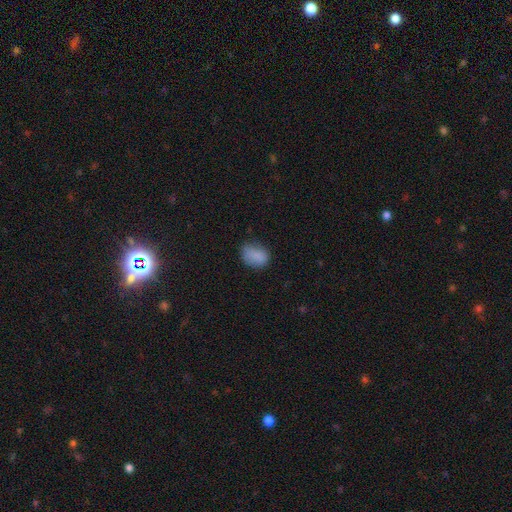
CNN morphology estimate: Smooth or featured? smooth (83%)
How rounded? in between (68%)
Merging? none (63%)